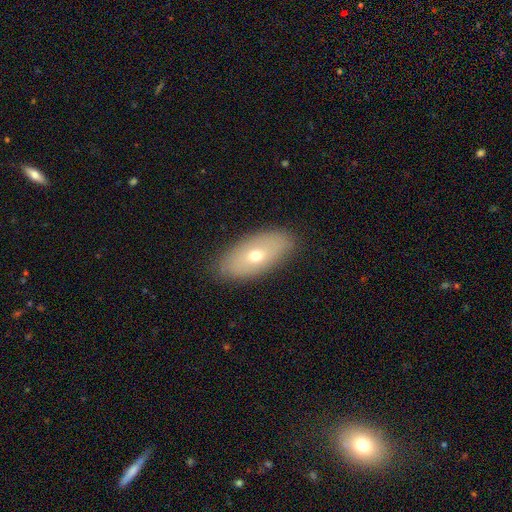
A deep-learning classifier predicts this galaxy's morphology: A smooth galaxy with no disk features (60%) that is in between round and cigar-shaped (87%).

Vote fractions:
- Smooth or featured? smooth: 60% / featured or disk: 32% / star or artifact: 8%
- How rounded? in between: 87% / cigar-shaped: 8% / round: 4%
- Merging? none: 86% / minor disturbance: 10% / major disturbance: 3% / merger: 1%